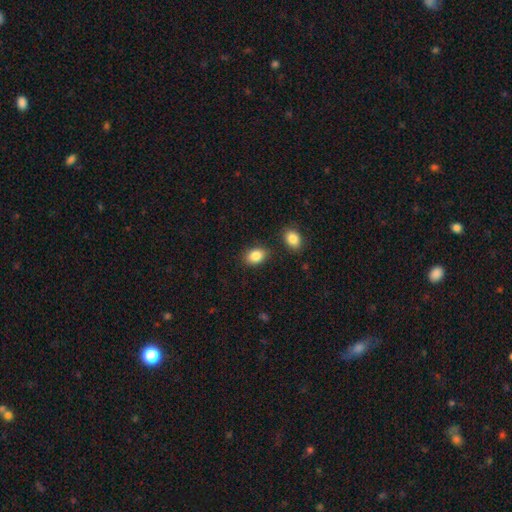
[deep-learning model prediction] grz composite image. It shows a smooth galaxy with no disk features (87%) that is in between round and cigar-shaped (80%). Merging: none (83%).